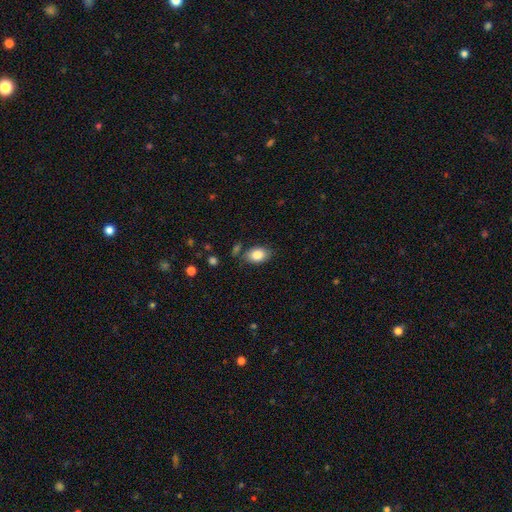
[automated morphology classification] The model was most divided on "merging": none: 76%, minor disturbance: 15%, merger: 6%, major disturbance: 4%. More confident: smooth or featured — smooth (84%); how rounded — in between (80%).